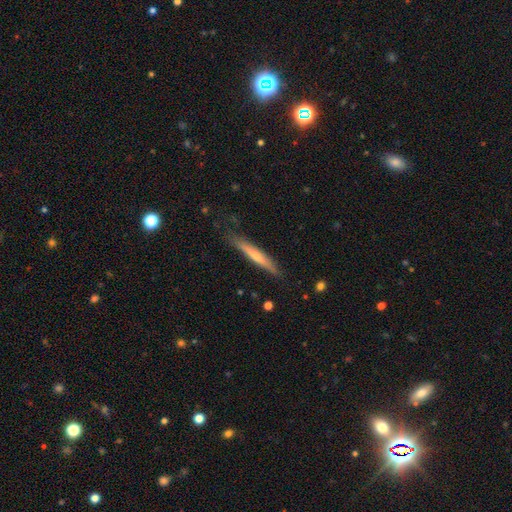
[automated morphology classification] Q: Smooth or featured?
A: smooth (48%); runner-up: featured or disk (46%)
Q: Merging?
A: none (80%); runner-up: minor disturbance (16%)